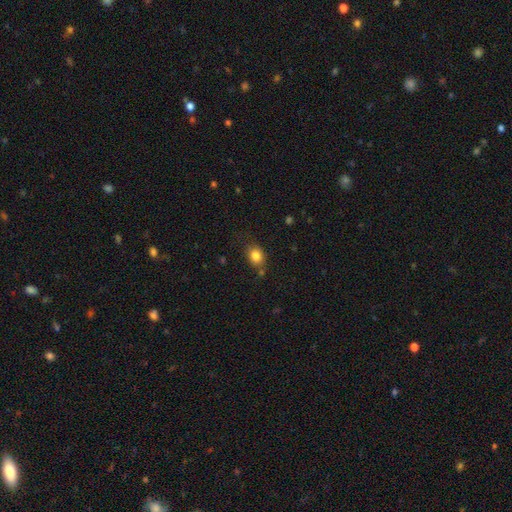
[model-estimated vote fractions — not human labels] Morphology: type=smooth (83%); roundness=in between (50%); merging=none (73%).